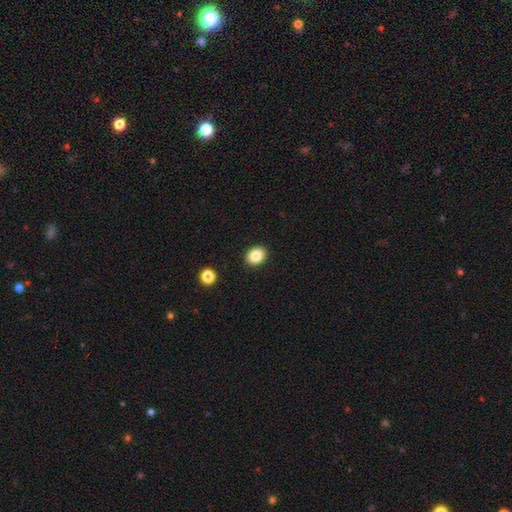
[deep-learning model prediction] A smooth galaxy with no disk features (84%) that is in between round and cigar-shaped (50%). Merging: none (91%).